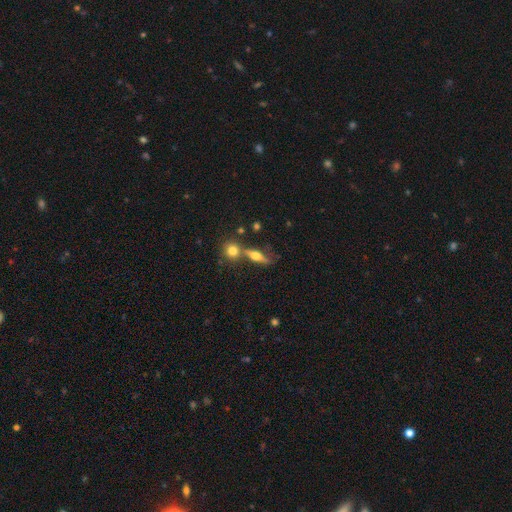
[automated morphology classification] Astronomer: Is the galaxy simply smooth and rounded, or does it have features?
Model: smooth — 46% (runner-up: featured or disk, 44%).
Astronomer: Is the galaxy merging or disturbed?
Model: none — 55%.